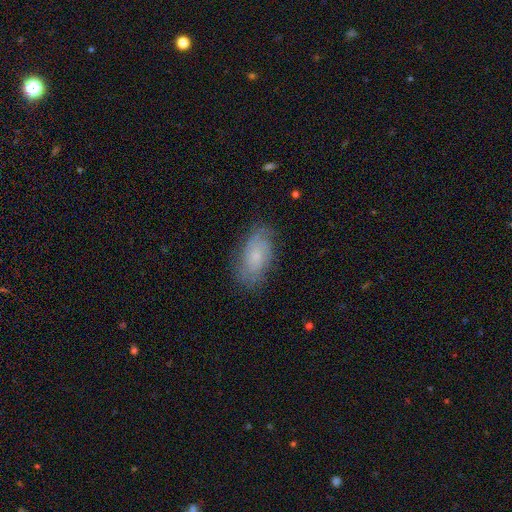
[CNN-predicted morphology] A smooth galaxy with no disk features (46%, tied with featured or disk). Merging: none (76%).